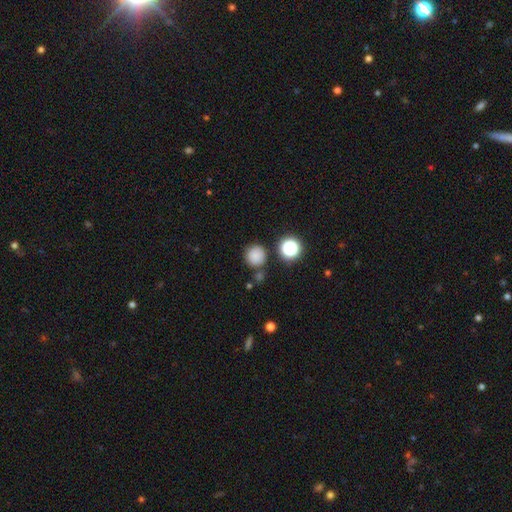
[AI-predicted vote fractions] A smooth galaxy with no disk features (81%) that is round (93%). Merging: none (79%).